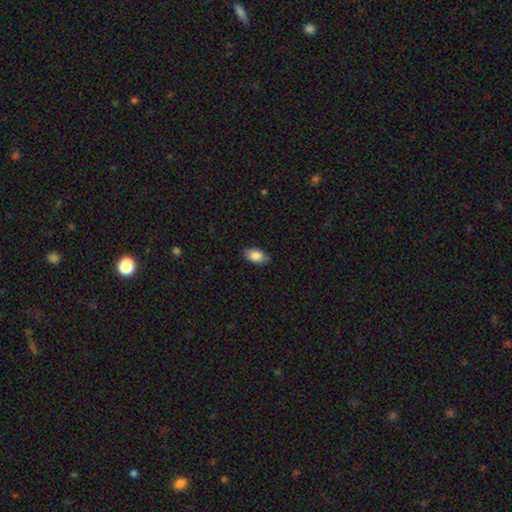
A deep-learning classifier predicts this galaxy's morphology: The model was most divided on "merging": none: 86%, minor disturbance: 10%, major disturbance: 2%, merger: 1%. More confident: how rounded — in between (93%); smooth or featured — smooth (86%).